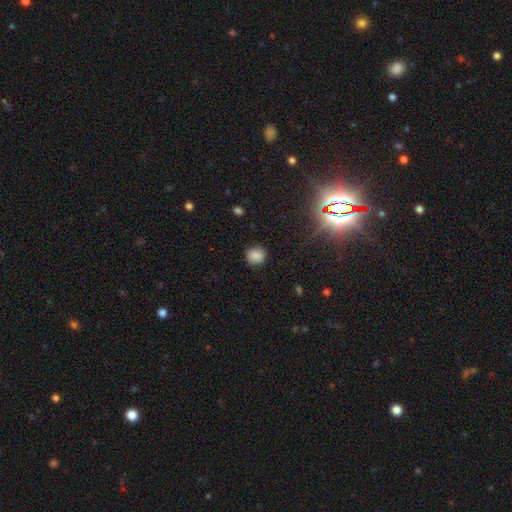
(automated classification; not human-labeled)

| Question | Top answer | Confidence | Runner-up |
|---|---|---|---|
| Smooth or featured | smooth | 83% | star or artifact (12%) |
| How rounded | round | 84% | in between (15%) |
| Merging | none | 84% | minor disturbance (12%) |